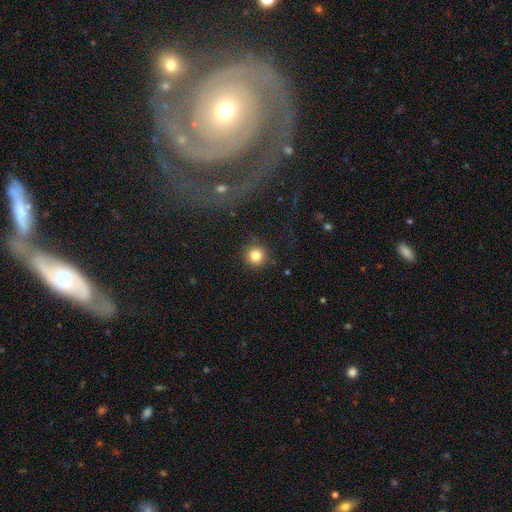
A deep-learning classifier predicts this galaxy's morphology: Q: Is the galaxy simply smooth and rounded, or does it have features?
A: smooth — 83%.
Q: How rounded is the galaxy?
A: round — 95%.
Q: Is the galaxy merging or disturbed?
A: none — 88%.